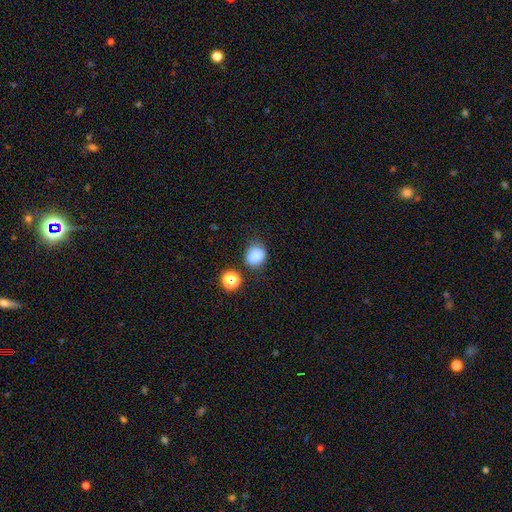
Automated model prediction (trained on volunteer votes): Smooth or featured? Predicted: smooth (p=0.83). How rounded? Predicted: round (p=0.66). Merging? Predicted: none (p=0.70).